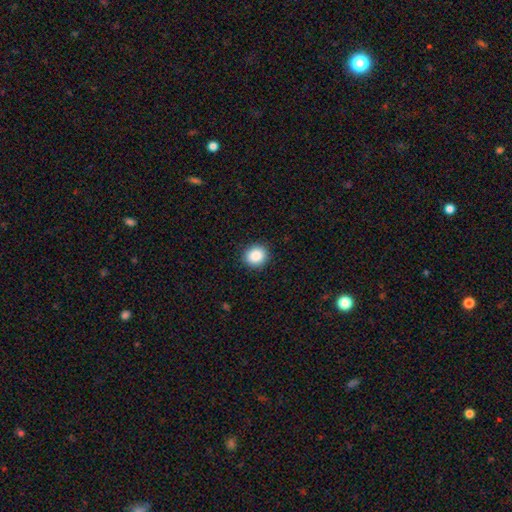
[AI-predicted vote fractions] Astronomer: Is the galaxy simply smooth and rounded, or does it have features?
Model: smooth — 88%.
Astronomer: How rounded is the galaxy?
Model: round — 83%.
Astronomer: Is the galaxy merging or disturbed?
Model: none — 91%.